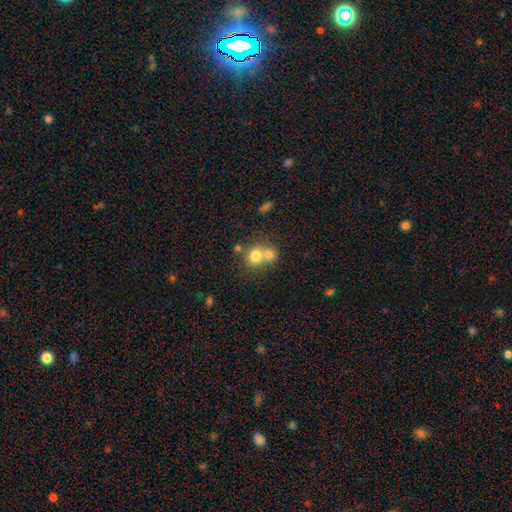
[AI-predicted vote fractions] A smooth galaxy with no disk features (73%) that is round (77%).

Vote fractions:
- Smooth or featured? smooth: 73% / featured or disk: 15% / star or artifact: 11%
- How rounded? round: 77% / in between: 23% / cigar-shaped: 1%
- Merging? merger: 60% / none: 31% / minor disturbance: 6% / major disturbance: 3%